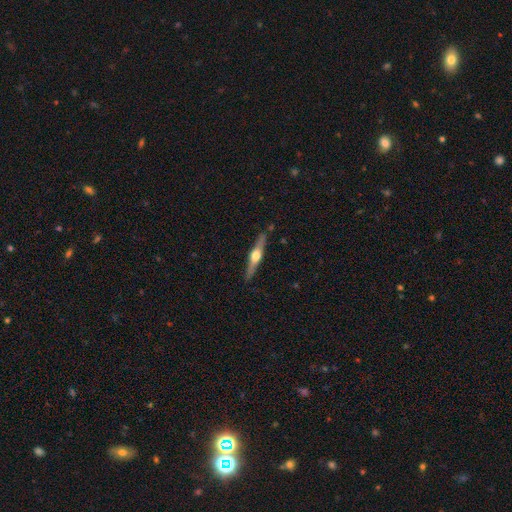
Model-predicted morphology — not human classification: Q: Smooth or featured?
A: featured or disk (69%); runner-up: smooth (26%)
Q: Edge-on disk?
A: yes (97%); runner-up: no (3%)
Q: Edge-on bulge?
A: rounded (94%); runner-up: boxy (3%)
Q: Merging?
A: none (88%); runner-up: minor disturbance (8%)